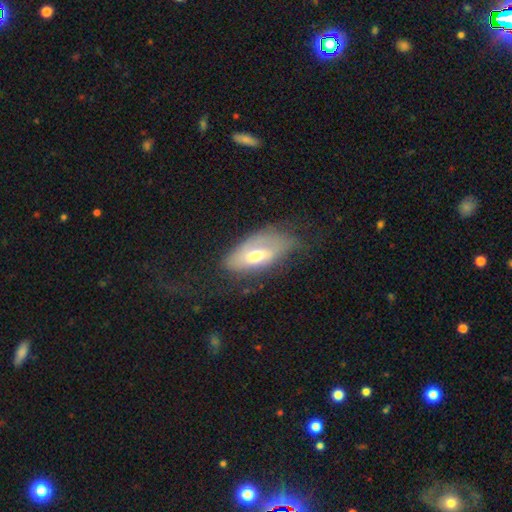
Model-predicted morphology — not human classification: smooth_or_featured: smooth (p=0.50) [alt: featured or disk p=0.43]
how_rounded: in between (p=0.89) [alt: cigar-shaped p=0.08]
merging: none (p=0.39) [alt: minor disturbance p=0.33]